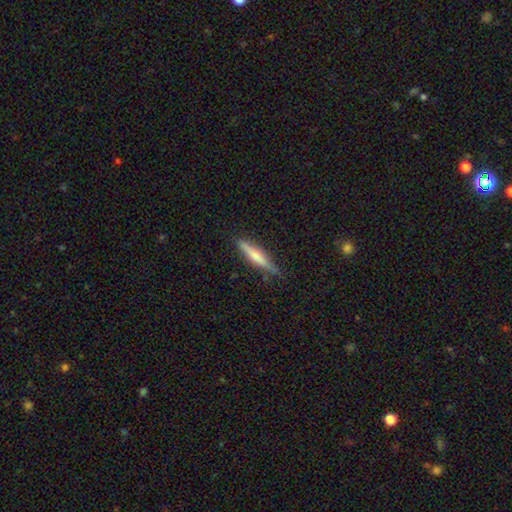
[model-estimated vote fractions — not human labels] This appears to be a smooth galaxy with no disk features (55%) that is cigar-shaped (87%). Merging: none (80%).